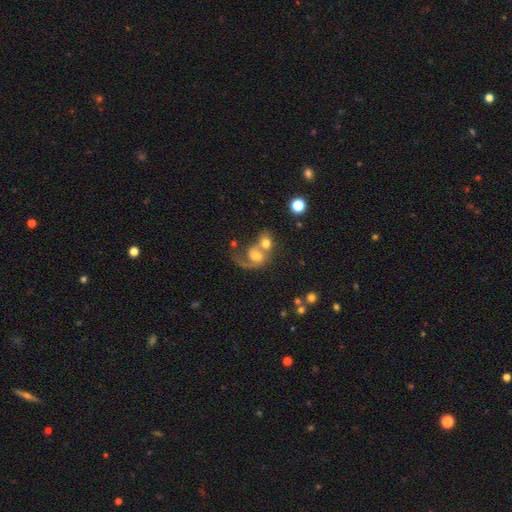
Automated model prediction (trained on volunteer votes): A featured or disk galaxy (53%) with no bar (65%), spiral arms (78%) and a moderate central bulge (51%).

Vote fractions:
- Smooth or featured? featured or disk: 53% / smooth: 38% / star or artifact: 9%
- Edge-on disk? no: 97% / yes: 3%
- Bar? no: 65% / weak: 28% / strong: 7%
- Spiral arms? yes: 78% / no: 22%
- Bulge size? moderate: 51% / large: 23% / small: 15% / none: 6% / dominant: 4%
- Merging? merger: 72% / none: 12% / major disturbance: 11% / minor disturbance: 5%